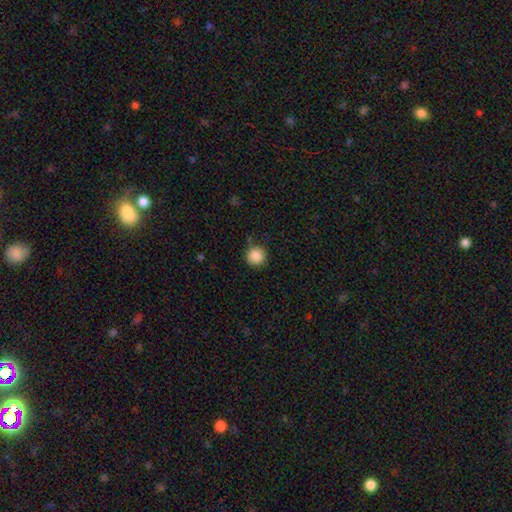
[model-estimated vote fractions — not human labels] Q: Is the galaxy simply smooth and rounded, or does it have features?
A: smooth — 87%.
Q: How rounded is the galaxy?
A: round — 95%.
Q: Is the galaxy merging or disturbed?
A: none — 84%.